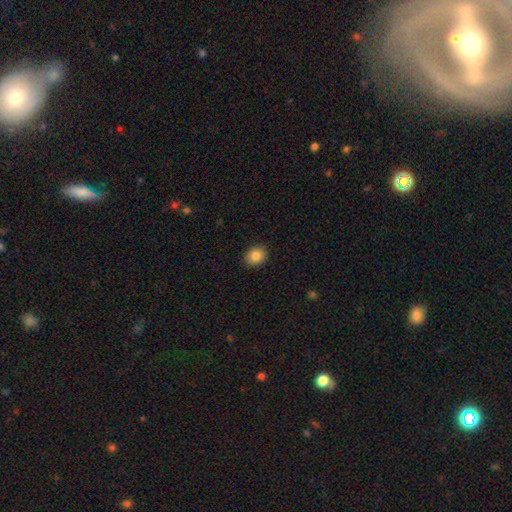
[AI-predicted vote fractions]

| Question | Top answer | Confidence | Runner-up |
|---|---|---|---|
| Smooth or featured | smooth | 86% | star or artifact (9%) |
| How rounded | round | 62% | in between (37%) |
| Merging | none | 89% | minor disturbance (8%) |